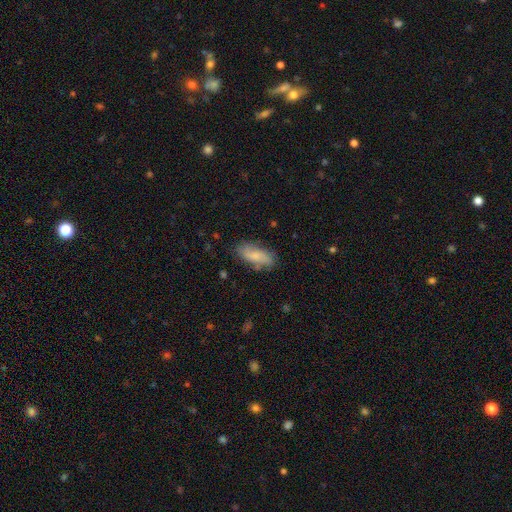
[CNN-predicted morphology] type=smooth (70%); roundness=in between (77%); merging=none (74%).